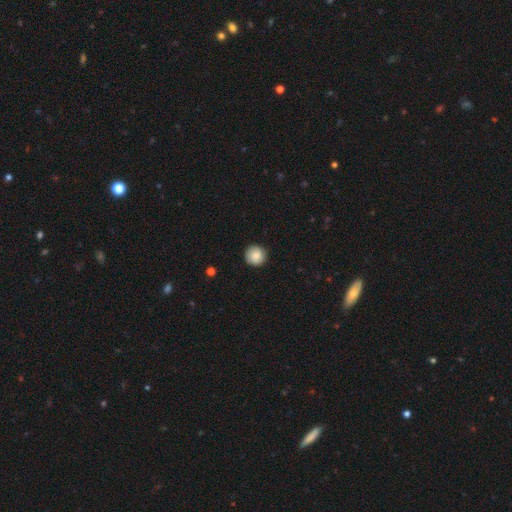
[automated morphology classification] Q: Smooth or featured?
A: smooth (86%); runner-up: star or artifact (8%)
Q: How rounded?
A: round (96%); runner-up: in between (3%)
Q: Merging?
A: none (91%); runner-up: minor disturbance (7%)